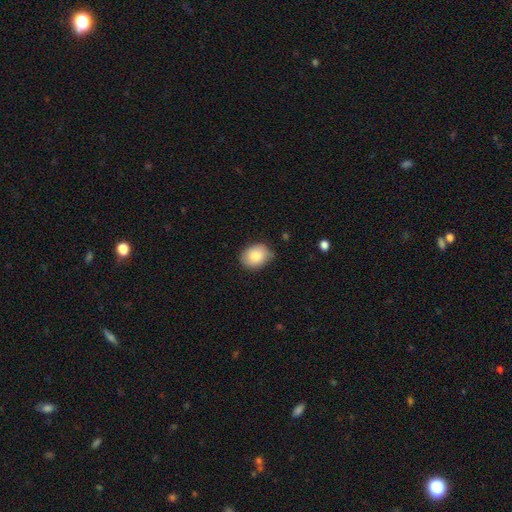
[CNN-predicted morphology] This is clearly a smooth galaxy (84%). How rounded: possibly in between (56%). Merging: likely none (75%).